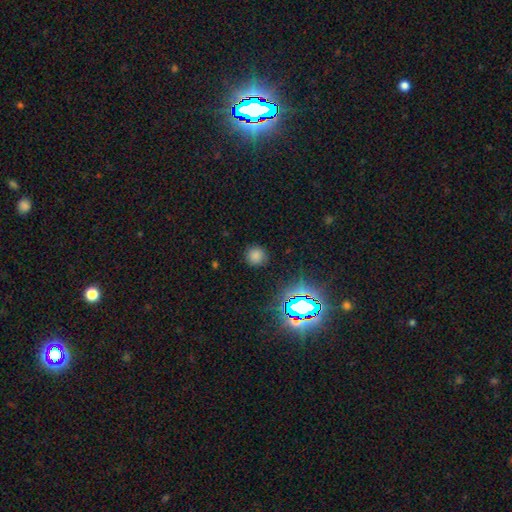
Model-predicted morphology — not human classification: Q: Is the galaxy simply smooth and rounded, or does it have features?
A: smooth — 72%.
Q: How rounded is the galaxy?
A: round — 92%.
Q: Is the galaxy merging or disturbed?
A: none — 87%.